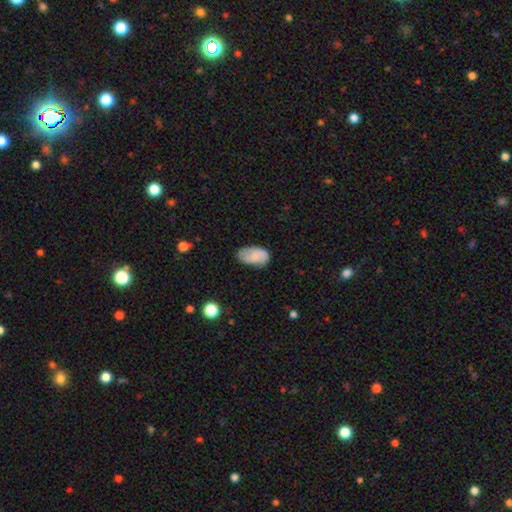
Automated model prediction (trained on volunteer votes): Morphology: type=smooth (75%); roundness=in between (93%); merging=none (61%).